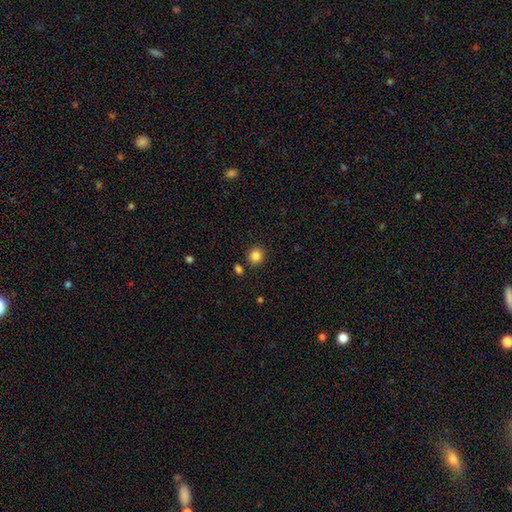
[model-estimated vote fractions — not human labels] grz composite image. It shows a smooth galaxy with no disk features (85%) that is round (88%). Merging: none (86%).